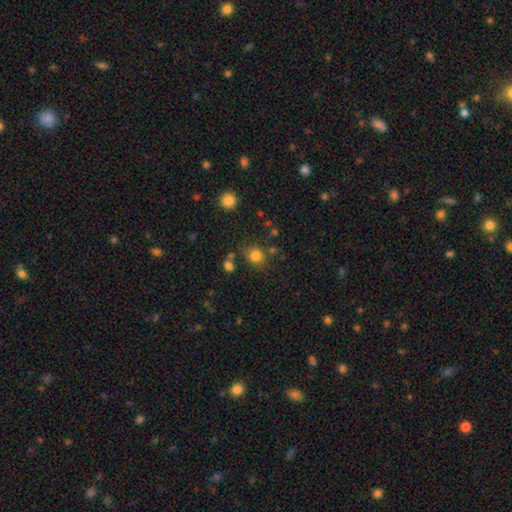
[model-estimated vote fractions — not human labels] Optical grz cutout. It shows a smooth galaxy with no disk features (81%) that is round (78%). Merging: none (75%).